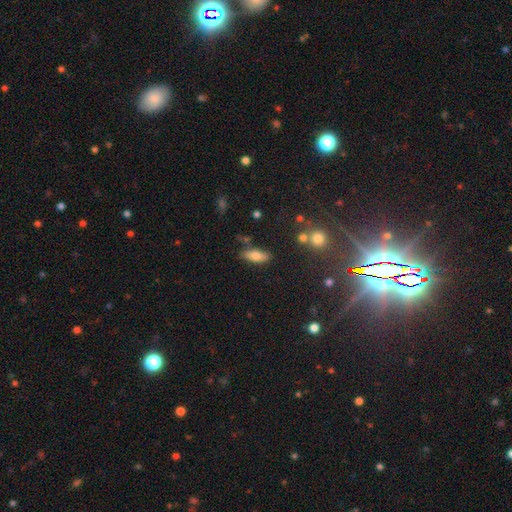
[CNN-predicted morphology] Smooth or featured?
  - smooth: 76% *
  - featured or disk: 16%
  - star or artifact: 8%
How rounded?
  - in between: 75% *
  - cigar-shaped: 23%
  - round: 3%
Merging?
  - none: 77% *
  - minor disturbance: 14%
  - merger: 5%
  - major disturbance: 4%